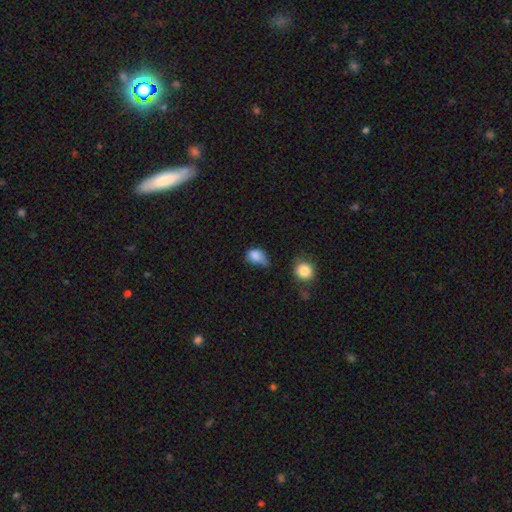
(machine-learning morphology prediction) Smooth or featured: smooth — 80% (star or artifact — 11%)
How rounded: in between — 64% (round — 35%)
Merging: minor disturbance — 39% (none — 26%)